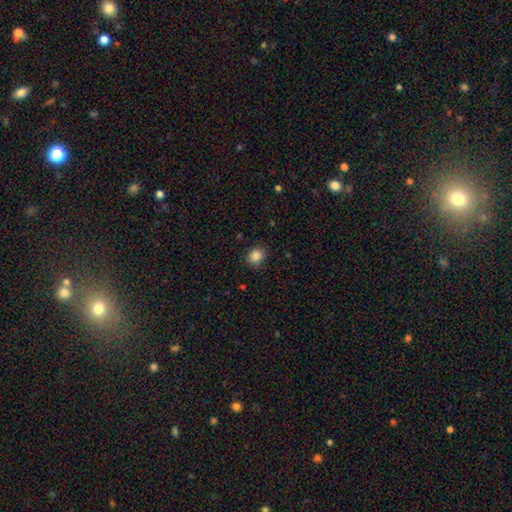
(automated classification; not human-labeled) Smooth or featured? Predicted: smooth (p=0.87). How rounded? Predicted: round (p=0.69). Merging? Predicted: none (p=0.86).